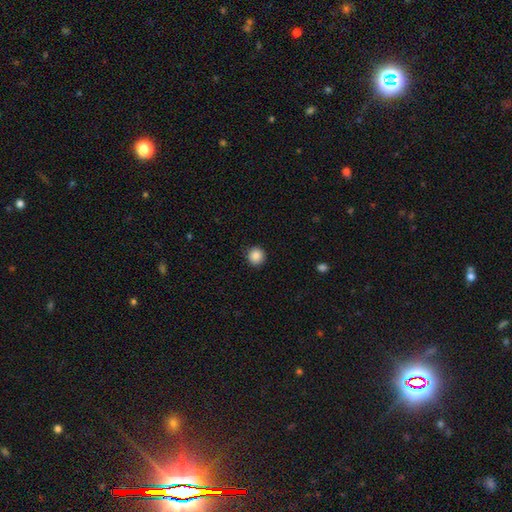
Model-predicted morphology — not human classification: Smooth or featured? Predicted: smooth (p=0.88). How rounded? Predicted: round (p=0.93). Merging? Predicted: none (p=0.91).